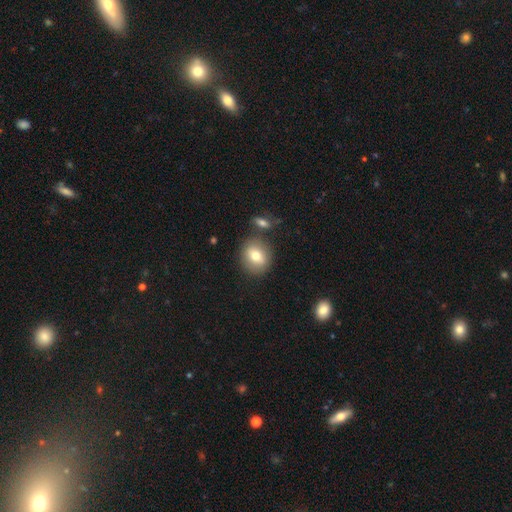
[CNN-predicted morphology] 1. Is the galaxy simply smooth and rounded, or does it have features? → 73% smooth, 18% featured or disk, 9% star or artifact.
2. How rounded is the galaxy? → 72% round, 27% in between, 1% cigar-shaped.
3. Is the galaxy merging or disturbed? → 78% none, 10% minor disturbance, 9% merger, 3% major disturbance.